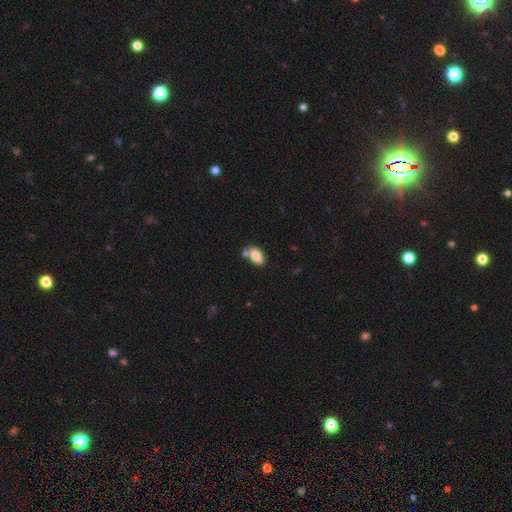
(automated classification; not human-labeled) Smooth or featured: smooth — 83% (featured or disk — 9%)
How rounded: in between — 91% (round — 5%)
Merging: none — 54% (merger — 27%)